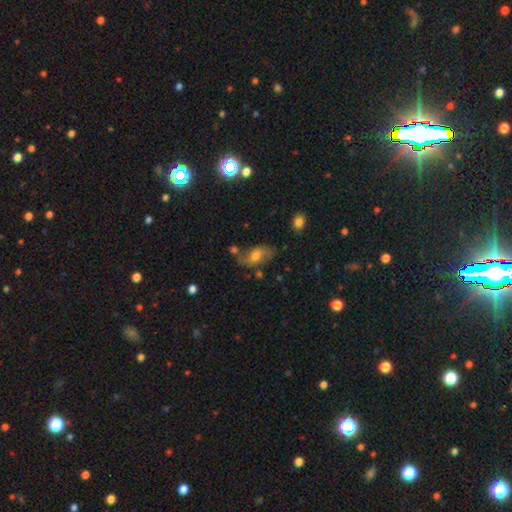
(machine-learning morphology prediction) Q: Smooth or featured?
A: smooth (55%); runner-up: featured or disk (36%)
Q: How rounded?
A: in between (88%); runner-up: round (7%)
Q: Merging?
A: none (61%); runner-up: minor disturbance (22%)